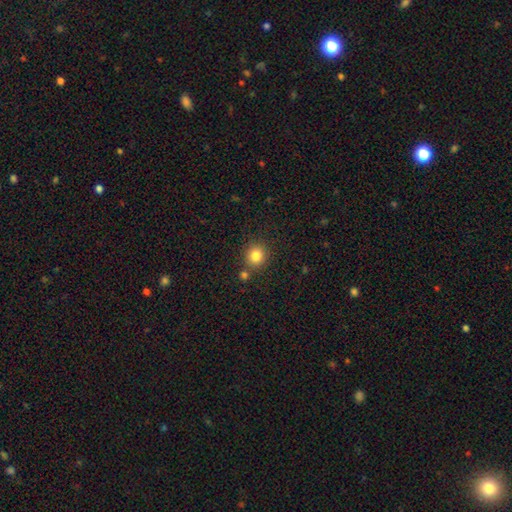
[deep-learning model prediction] Smooth or featured: smooth — 83% (star or artifact — 12%)
How rounded: round — 84% (in between — 15%)
Merging: none — 77% (merger — 11%)